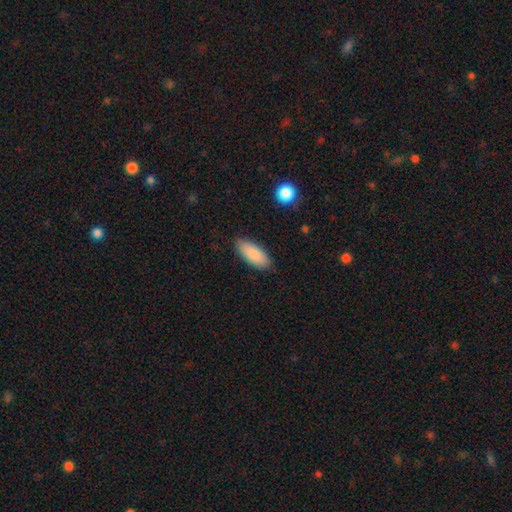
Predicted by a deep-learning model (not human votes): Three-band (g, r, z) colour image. It shows a smooth galaxy with no disk features (88%) that is in between round and cigar-shaped (82%). Merging: none (87%).